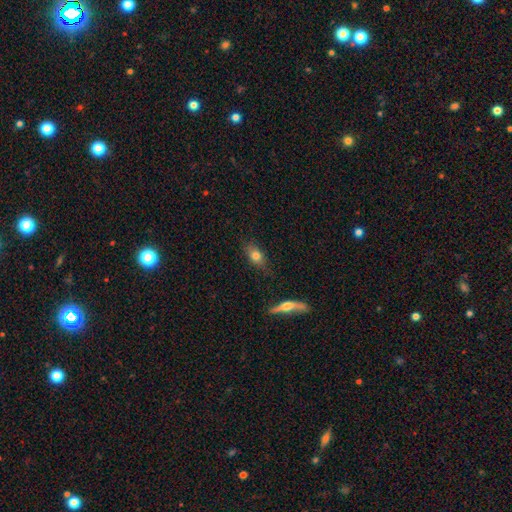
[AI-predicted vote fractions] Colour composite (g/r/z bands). It shows a smooth galaxy with no disk features (72%) that is in between round and cigar-shaped (74%). Merging: none (77%).